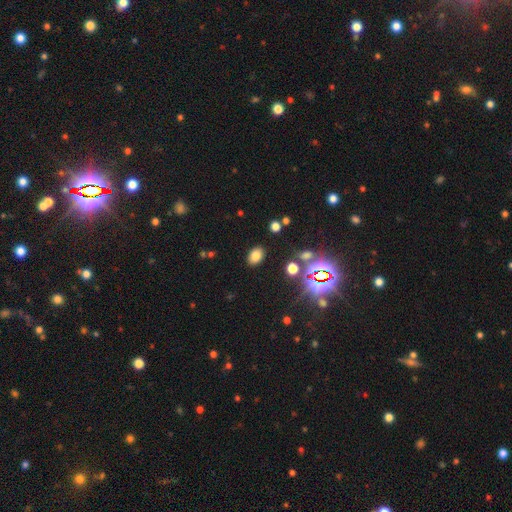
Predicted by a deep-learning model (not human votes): The model was most divided on "smooth or featured": smooth: 74%, star or artifact: 19%, featured or disk: 8%. More confident: merging — none (87%); how rounded — in between (79%).